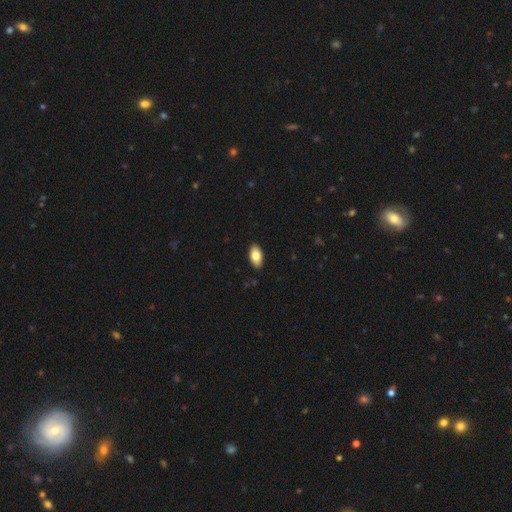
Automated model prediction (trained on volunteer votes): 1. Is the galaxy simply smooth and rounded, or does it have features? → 82% smooth, 11% featured or disk, 7% star or artifact.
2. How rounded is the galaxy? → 94% in between, 3% round, 3% cigar-shaped.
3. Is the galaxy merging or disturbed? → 89% none, 8% minor disturbance, 2% major disturbance, 1% merger.